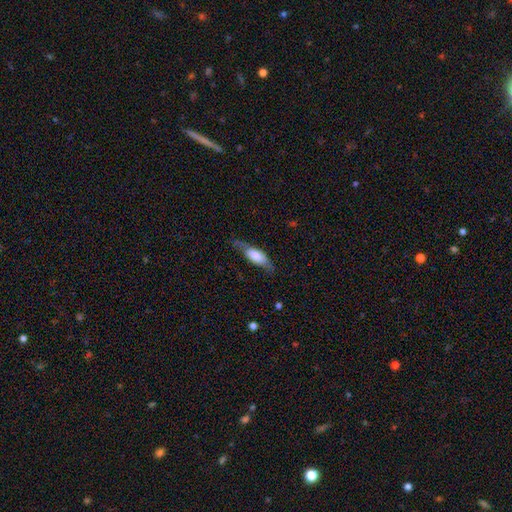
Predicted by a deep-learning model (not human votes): Overall: smooth (61%; featured or disk 33%). How rounded: in between (64%; cigar-shaped 34%). Merging: none (57%; minor disturbance 29%).